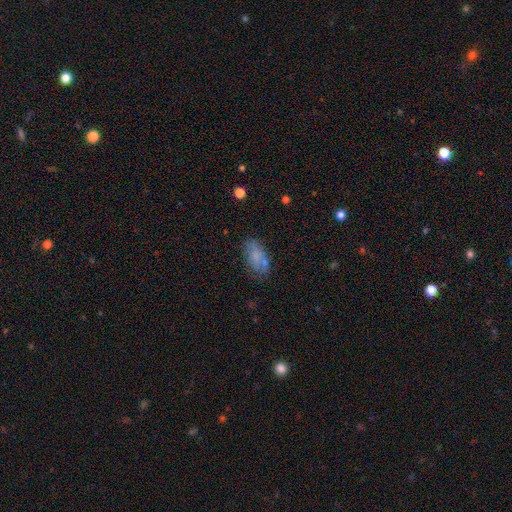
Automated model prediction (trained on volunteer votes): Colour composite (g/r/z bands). It shows a smooth galaxy with no disk features (73%) that is in between round and cigar-shaped (91%). Merging: none (65%).